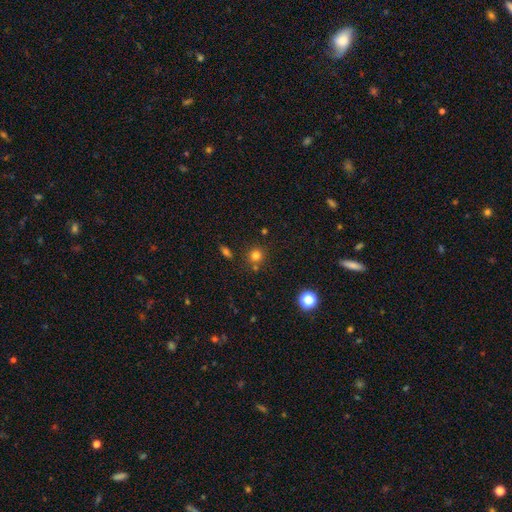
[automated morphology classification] A smooth galaxy with no disk features (76%) that is round (89%).

Vote fractions:
- Smooth or featured? smooth: 76% / star or artifact: 17% / featured or disk: 7%
- How rounded? round: 89% / in between: 10% / cigar-shaped: 1%
- Merging? none: 76% / merger: 11% / minor disturbance: 10% / major disturbance: 3%